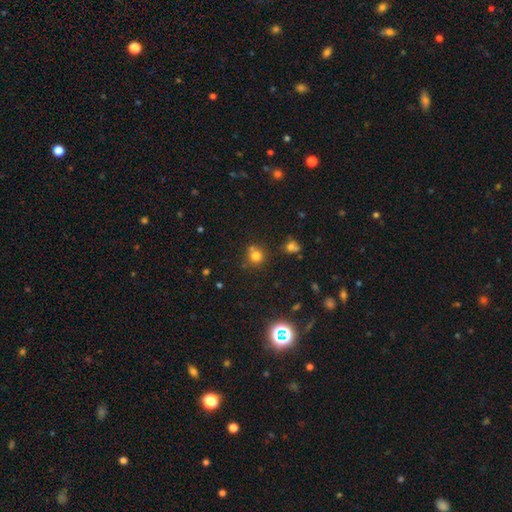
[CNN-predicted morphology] Overall: smooth (73%). How rounded: round (89%). Merging: none (65%).